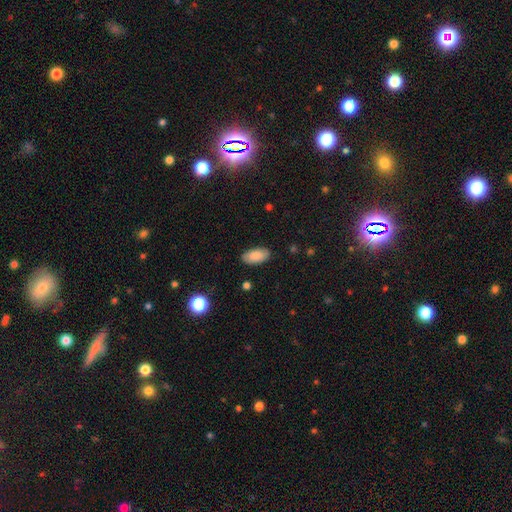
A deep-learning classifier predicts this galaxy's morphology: Smooth or featured?
  - smooth: 85% *
  - featured or disk: 8%
  - star or artifact: 7%
How rounded?
  - in between: 94% *
  - cigar-shaped: 4%
  - round: 2%
Merging?
  - none: 86% *
  - minor disturbance: 11%
  - major disturbance: 2%
  - merger: 1%